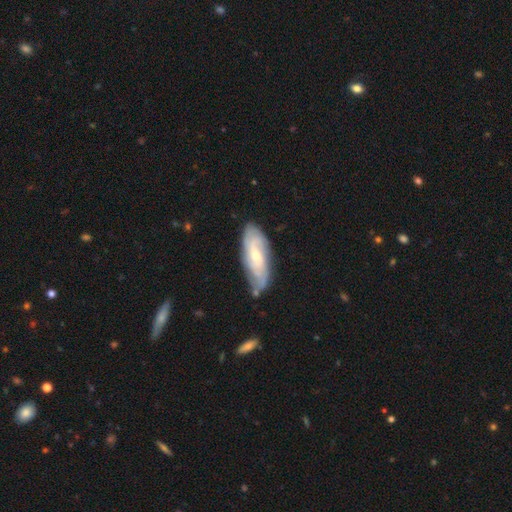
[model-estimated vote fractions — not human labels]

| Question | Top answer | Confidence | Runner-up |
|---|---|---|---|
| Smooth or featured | featured or disk | 70% | smooth (24%) |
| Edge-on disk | no | 86% | yes (14%) |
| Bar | no | 54% | weak (37%) |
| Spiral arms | yes | 89% | no (11%) |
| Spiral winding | tight | 50% | medium (35%) |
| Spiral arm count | can't tell | 43% | 2 (25%) |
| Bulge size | small | 55% | moderate (41%) |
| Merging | none | 70% | minor disturbance (22%) |